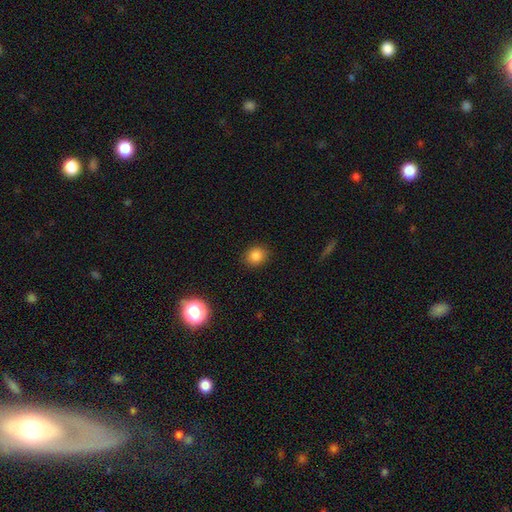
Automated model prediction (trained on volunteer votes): The model was most divided on "how rounded": round: 69%, in between: 30%, cigar-shaped: 1%. More confident: merging — none (88%); smooth or featured — smooth (84%).